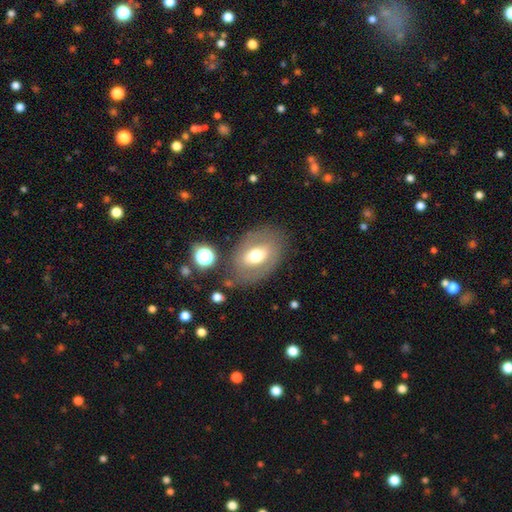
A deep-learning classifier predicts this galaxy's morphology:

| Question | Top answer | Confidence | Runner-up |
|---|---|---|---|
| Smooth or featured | smooth | 53% | featured or disk (38%) |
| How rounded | in between | 77% | round (21%) |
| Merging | none | 75% | minor disturbance (14%) |